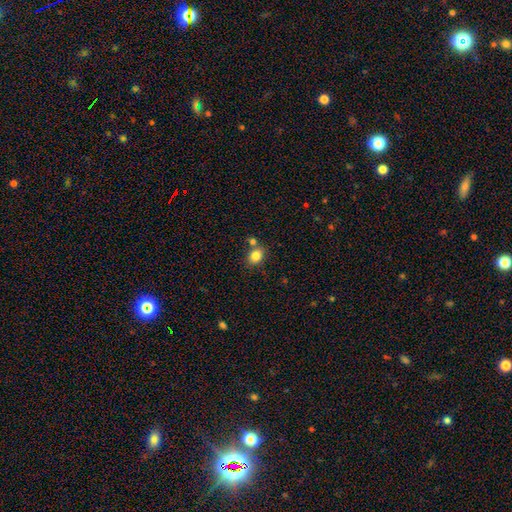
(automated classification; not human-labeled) Q: Smooth or featured?
A: smooth (83%); runner-up: star or artifact (10%)
Q: How rounded?
A: in between (52%); runner-up: round (47%)
Q: Merging?
A: none (68%); runner-up: merger (18%)